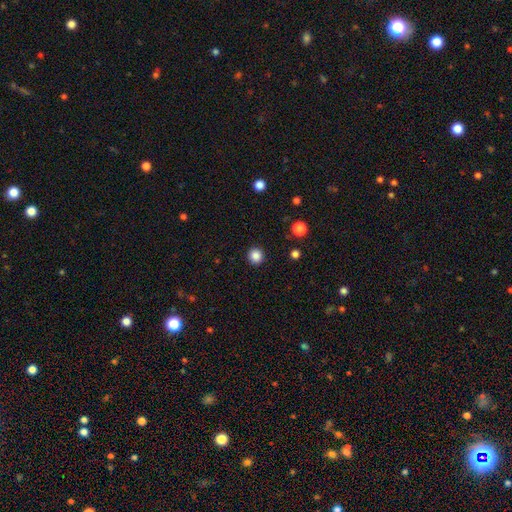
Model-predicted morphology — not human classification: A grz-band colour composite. It shows a smooth galaxy with no disk features (86%) that is round (94%). Merging: none (92%).